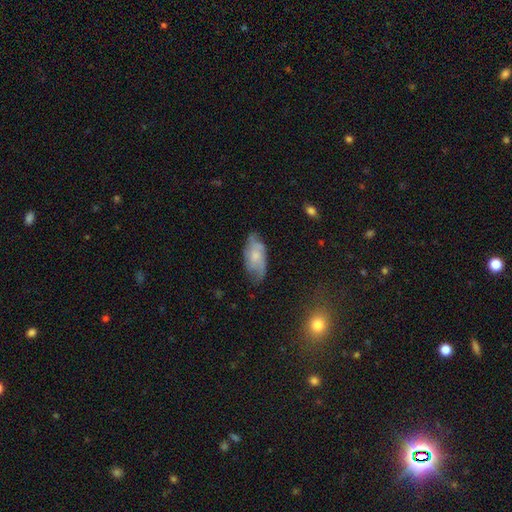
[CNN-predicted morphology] A featured or disk galaxy (48%).

Vote fractions:
- Smooth or featured? featured or disk: 48% / smooth: 44% / star or artifact: 8%
- Merging? none: 61% / minor disturbance: 28% / major disturbance: 10% / merger: 2%